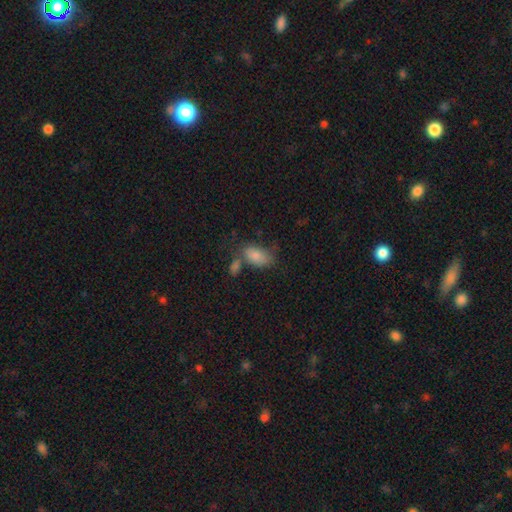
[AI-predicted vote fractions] Overall: smooth (82%). How rounded: in between (92%). Merging: none (46%; merger 26%).